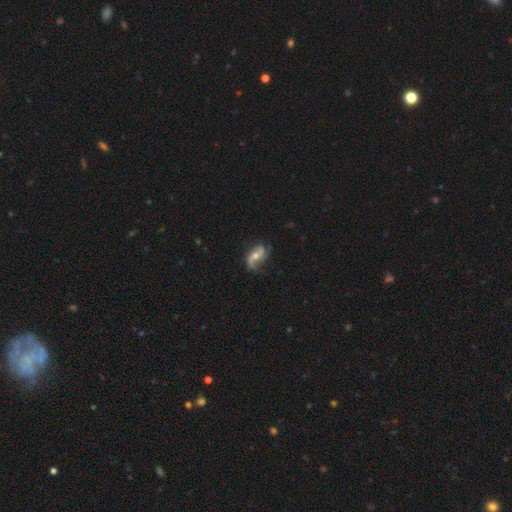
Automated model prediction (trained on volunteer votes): smooth_or_featured: featured or disk (p=0.75) [alt: smooth p=0.17]
disk_edge_on: no (p=0.95) [alt: yes p=0.05]
bar: no (p=0.45) [alt: weak p=0.35]
has_spiral_arms: yes (p=0.91) [alt: no p=0.09]
spiral_winding: loose (p=0.66) [alt: medium p=0.25]
spiral_arm_count: 2 (p=0.83) [alt: 1 p=0.07]
bulge_size: moderate (p=0.61) [alt: small p=0.32]
merging: none (p=0.62) [alt: minor disturbance p=0.24]